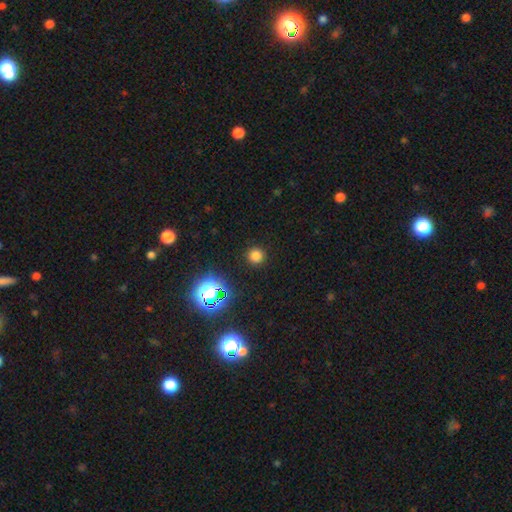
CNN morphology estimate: Overall: smooth (76%). How rounded: round (94%). Merging: none (90%).